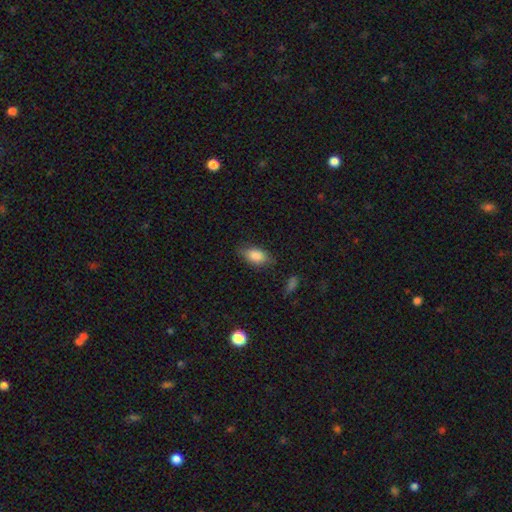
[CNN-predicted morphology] The model was most divided on "merging": none: 76%, minor disturbance: 18%, major disturbance: 4%, merger: 2%. More confident: how rounded — in between (89%); smooth or featured — smooth (84%).